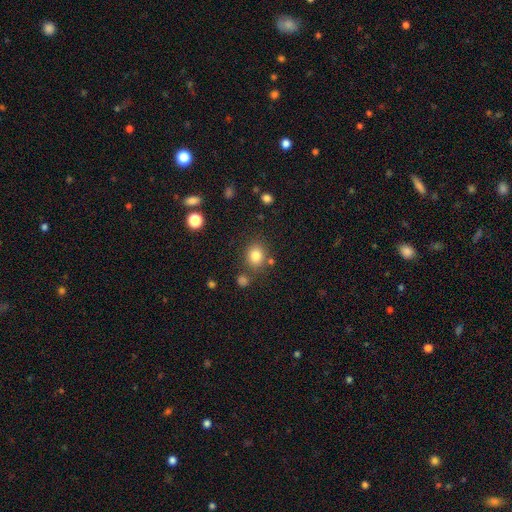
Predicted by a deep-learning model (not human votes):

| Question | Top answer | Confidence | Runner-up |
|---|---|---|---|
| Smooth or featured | smooth | 82% | star or artifact (11%) |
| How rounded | round | 69% | in between (30%) |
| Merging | none | 77% | minor disturbance (11%) |